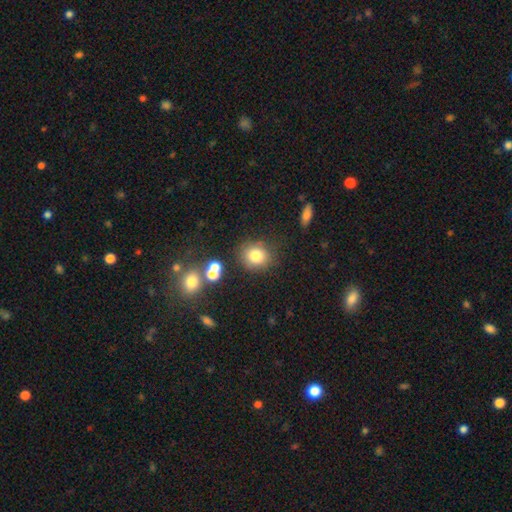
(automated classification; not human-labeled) A smooth galaxy with no disk features (79%) that is round (79%). Merging: none (77%).